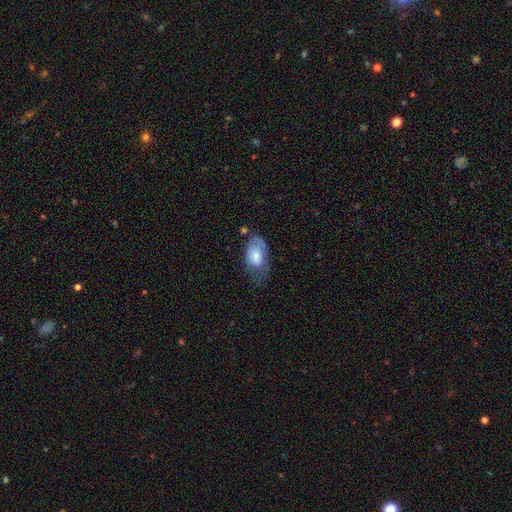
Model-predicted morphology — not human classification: smooth_or_featured: smooth (p=0.70) [alt: featured or disk p=0.24]
how_rounded: in between (p=0.92) [alt: round p=0.06]
merging: minor disturbance (p=0.36) [alt: none p=0.33]